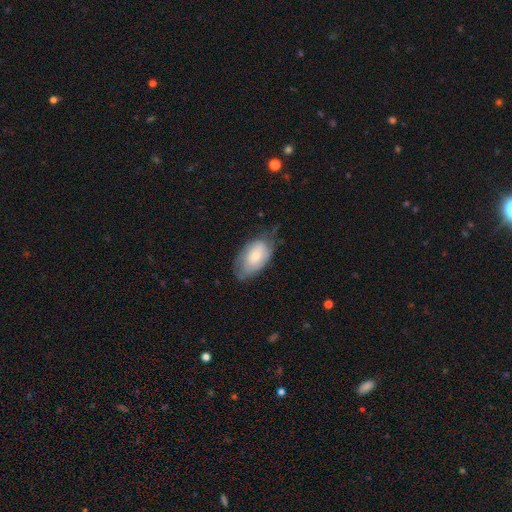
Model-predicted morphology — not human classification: smooth-or-featured: smooth: 57% | featured or disk: 37% | star or artifact: 6%
  how-rounded: in between: 93% | round: 5% | cigar-shaped: 2%
  merging: none: 57% | minor disturbance: 31% | major disturbance: 11% | merger: 1%